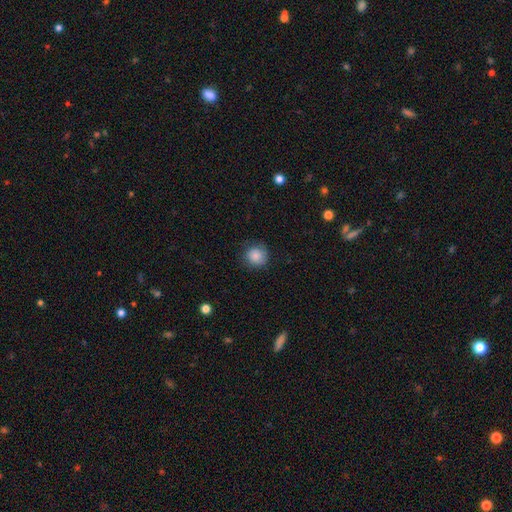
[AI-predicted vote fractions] Q: Smooth or featured?
A: smooth (84%); runner-up: star or artifact (8%)
Q: How rounded?
A: round (90%); runner-up: in between (9%)
Q: Merging?
A: none (79%); runner-up: minor disturbance (16%)